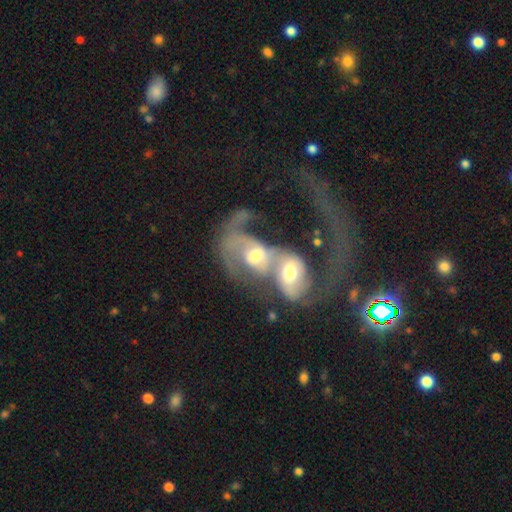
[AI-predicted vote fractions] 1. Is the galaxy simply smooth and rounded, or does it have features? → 71% featured or disk, 21% smooth, 8% star or artifact.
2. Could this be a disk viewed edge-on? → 95% no, 5% yes.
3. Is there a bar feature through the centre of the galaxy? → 57% no, 30% weak, 12% strong.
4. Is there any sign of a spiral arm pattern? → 78% yes, 22% no.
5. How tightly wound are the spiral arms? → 50% loose, 31% medium, 18% tight.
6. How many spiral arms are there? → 48% 2, 26% 1, 21% can't tell, 2% 3, 1% more than 4, 1% 4.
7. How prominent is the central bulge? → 61% moderate, 20% large, 13% small, 3% none, 3% dominant.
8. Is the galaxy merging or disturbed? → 81% merger, 12% major disturbance, 5% none, 3% minor disturbance.